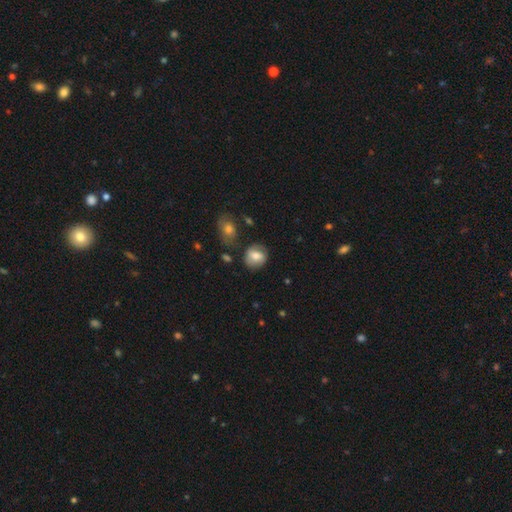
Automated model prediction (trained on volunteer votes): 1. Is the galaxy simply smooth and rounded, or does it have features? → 66% smooth, 26% featured or disk, 8% star or artifact.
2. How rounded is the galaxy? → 69% round, 29% in between, 1% cigar-shaped.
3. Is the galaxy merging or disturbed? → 73% none, 17% minor disturbance, 5% major disturbance, 4% merger.